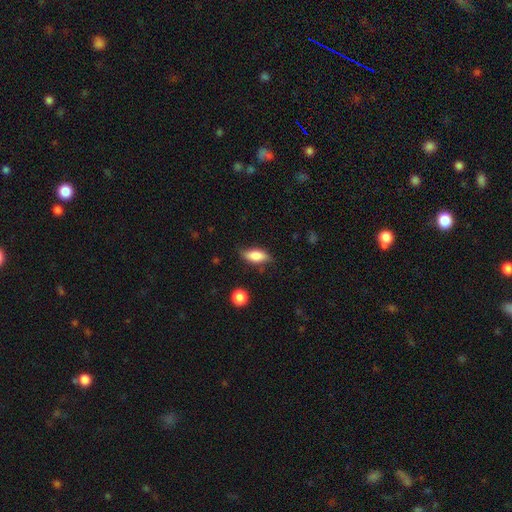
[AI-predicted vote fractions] smooth_or_featured: smooth (p=0.76) [alt: featured or disk p=0.17]
how_rounded: in between (p=0.80) [alt: cigar-shaped p=0.17]
merging: none (p=0.73) [alt: minor disturbance p=0.21]